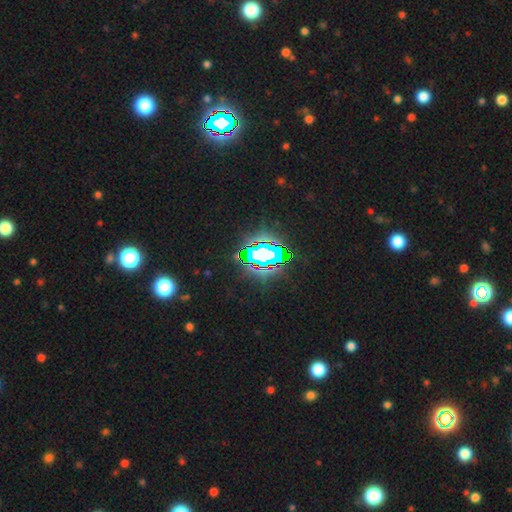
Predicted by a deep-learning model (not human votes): star or artifact 83%, smooth 10%, featured or disk 7%.